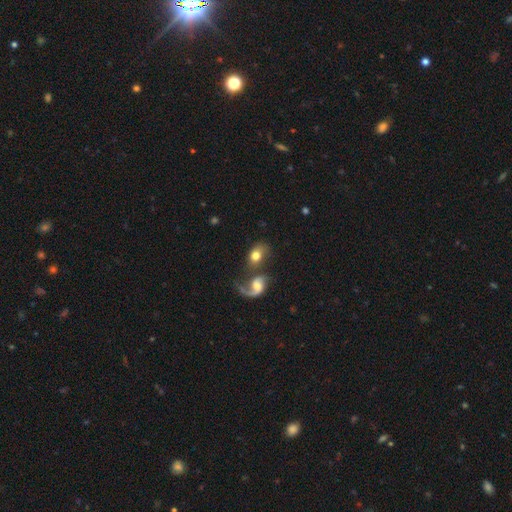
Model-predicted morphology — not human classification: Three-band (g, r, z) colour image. It shows a smooth galaxy with no disk features (58%) that is in between round and cigar-shaped (68%). Merging: merger (47%).